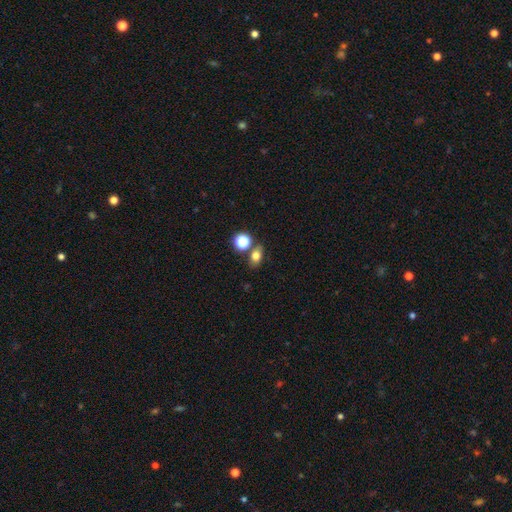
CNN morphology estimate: Smooth or featured?
  - smooth: 74% *
  - star or artifact: 16%
  - featured or disk: 10%
How rounded?
  - in between: 66% *
  - round: 31%
  - cigar-shaped: 2%
Merging?
  - none: 70% *
  - merger: 16%
  - minor disturbance: 11%
  - major disturbance: 3%